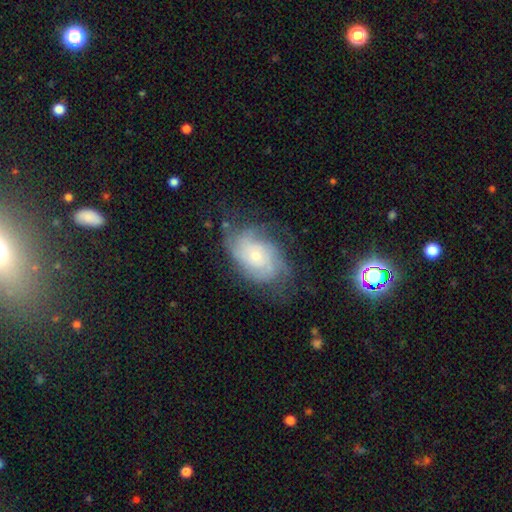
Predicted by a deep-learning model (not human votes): A featured or disk galaxy (73%) with no bar (76%), tight (53%) spiral arms (91%) and a small central bulge (63%).

Vote fractions:
- Smooth or featured? featured or disk: 73% / smooth: 20% / star or artifact: 8%
- Edge-on disk? no: 96% / yes: 4%
- Bar? no: 76% / weak: 21% / strong: 3%
- Spiral arms? yes: 91% / no: 9%
- Spiral winding? tight: 53% / medium: 35% / loose: 13%
- Spiral arm count? can't tell: 42% / 3: 18% / 4: 15% / 2: 14% / more than 4: 6% / 1: 5%
- Bulge size? small: 63% / moderate: 32% / large: 3% / none: 2% / dominant: 1%
- Merging? none: 62% / minor disturbance: 23% / major disturbance: 13% / merger: 2%